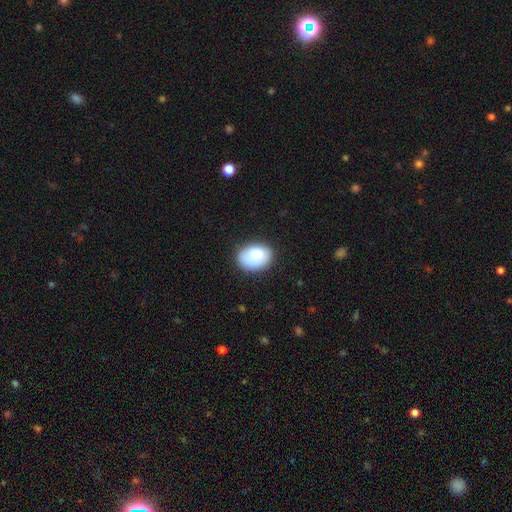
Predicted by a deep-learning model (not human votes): Morphology: type=smooth (81%); roundness=in between (73%); merging=none (73%).